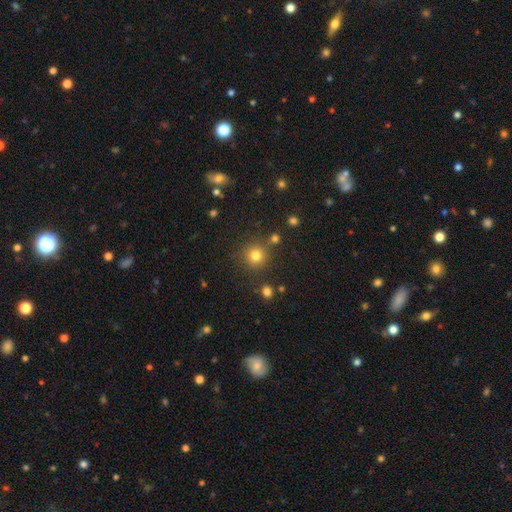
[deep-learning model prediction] Smooth or featured: smooth — 79% (star or artifact — 15%)
How rounded: round — 94% (in between — 5%)
Merging: none — 83% (minor disturbance — 8%)